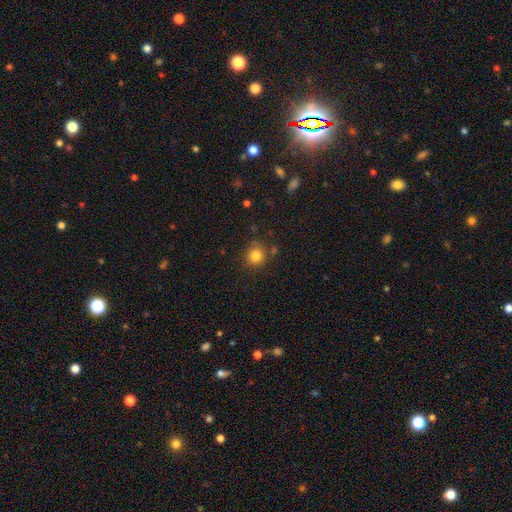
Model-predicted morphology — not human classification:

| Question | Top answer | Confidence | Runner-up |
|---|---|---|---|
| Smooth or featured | smooth | 83% | star or artifact (12%) |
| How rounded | round | 89% | in between (11%) |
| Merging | none | 80% | minor disturbance (12%) |